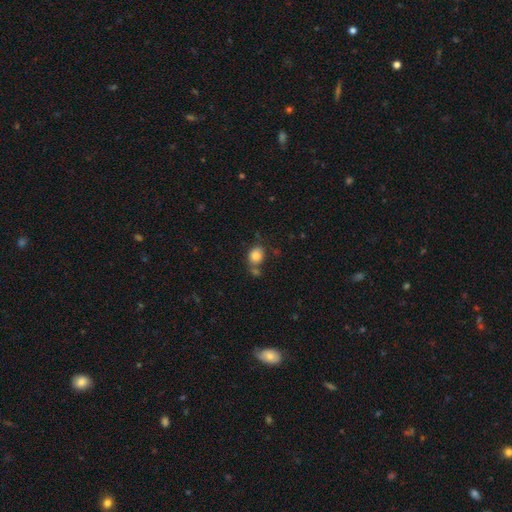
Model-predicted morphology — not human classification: Smooth or featured: smooth — 83% (star or artifact — 10%)
How rounded: round — 55% (in between — 44%)
Merging: none — 63% (merger — 18%)